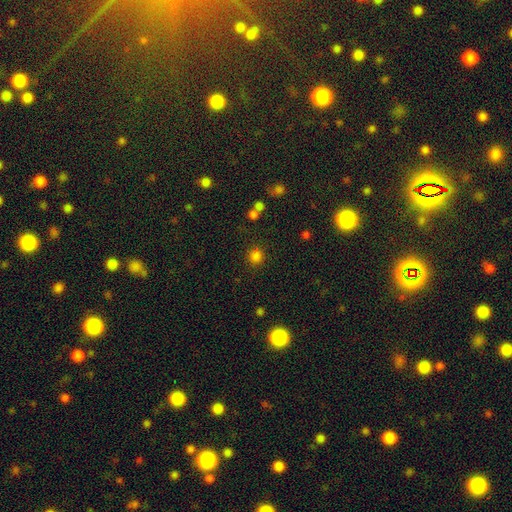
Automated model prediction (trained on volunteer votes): smooth-or-featured: smooth: 77% | star or artifact: 19% | featured or disk: 4%
  how-rounded: round: 86% | in between: 13% | cigar-shaped: 1%
  merging: none: 77% | minor disturbance: 11% | merger: 7% | major disturbance: 4%